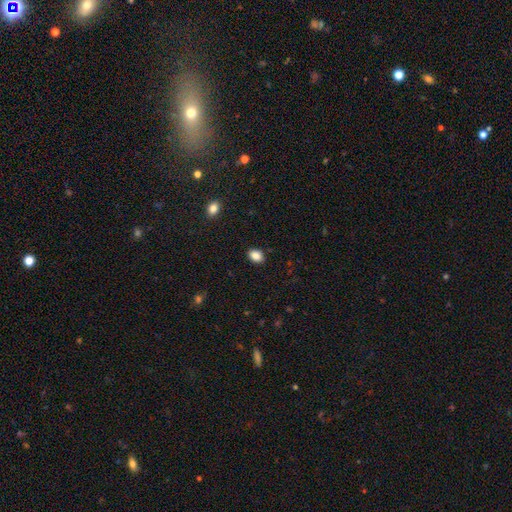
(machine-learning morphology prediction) Smooth or featured?
  - smooth: 87% *
  - star or artifact: 9%
  - featured or disk: 4%
How rounded?
  - in between: 73% *
  - round: 26%
  - cigar-shaped: 1%
Merging?
  - none: 88% *
  - minor disturbance: 9%
  - major disturbance: 2%
  - merger: 1%